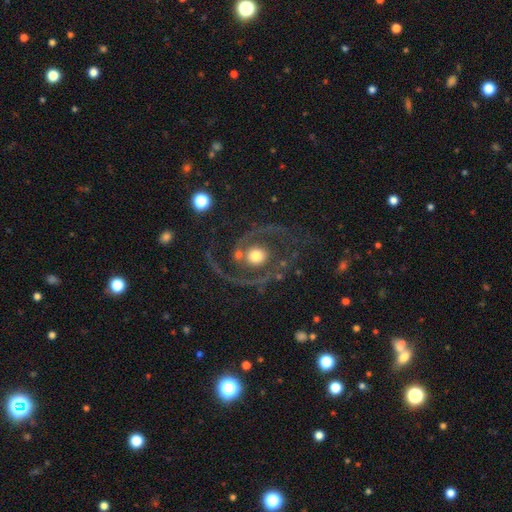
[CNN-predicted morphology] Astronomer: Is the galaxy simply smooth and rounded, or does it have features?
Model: featured or disk — 88%.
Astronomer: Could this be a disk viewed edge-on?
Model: no — 98%.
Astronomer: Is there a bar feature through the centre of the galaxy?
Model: no — 74%.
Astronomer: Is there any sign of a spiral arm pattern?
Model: yes — 94%.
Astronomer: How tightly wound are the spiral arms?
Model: medium — 55%.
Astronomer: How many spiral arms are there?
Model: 2 — 91%.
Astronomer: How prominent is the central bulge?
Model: moderate — 65%.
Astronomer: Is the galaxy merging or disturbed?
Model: none — 67%.